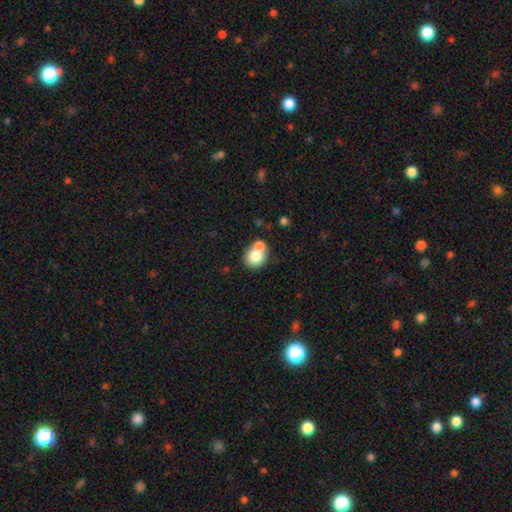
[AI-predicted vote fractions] smooth 76%, featured or disk 15%, star or artifact 9%. Down the decision tree: how rounded — round (79%); merging — none (45%).